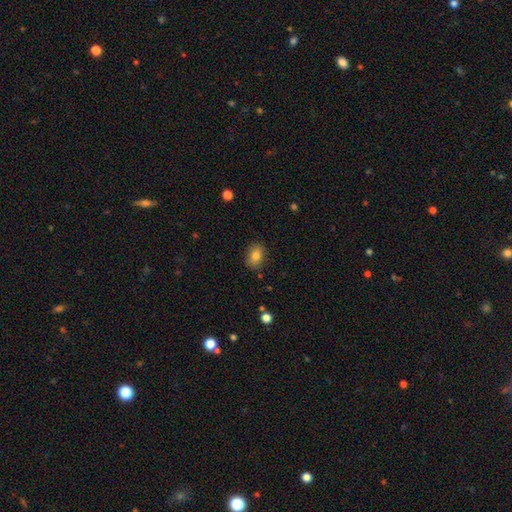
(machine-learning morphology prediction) smooth 82%, star or artifact 10%, featured or disk 8%. Down the decision tree: how rounded — in between (72%); merging — none (85%).